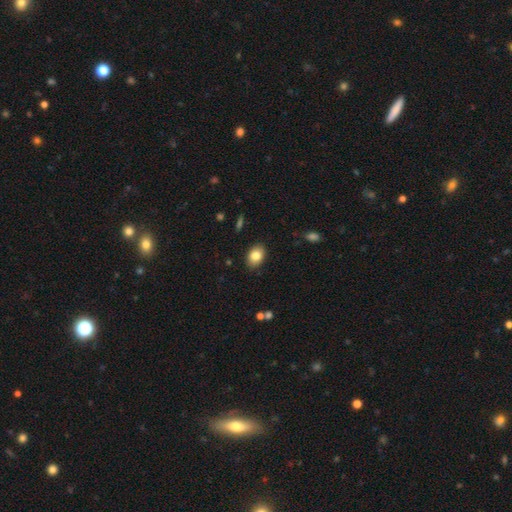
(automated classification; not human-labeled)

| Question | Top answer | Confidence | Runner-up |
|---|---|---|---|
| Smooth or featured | smooth | 84% | featured or disk (8%) |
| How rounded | in between | 80% | round (19%) |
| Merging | none | 88% | minor disturbance (9%) |